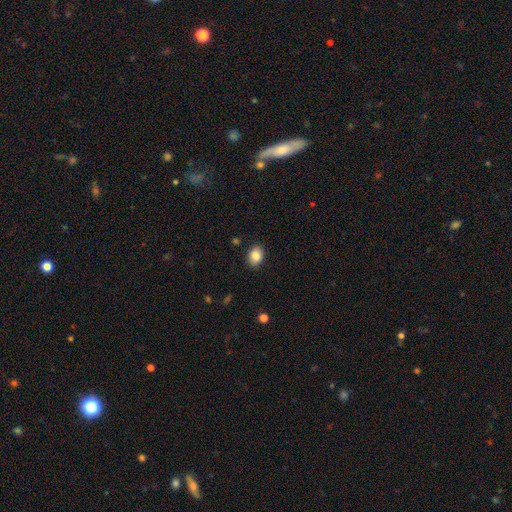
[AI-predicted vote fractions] Smooth or featured?
  - smooth: 85% *
  - star or artifact: 8%
  - featured or disk: 7%
How rounded?
  - in between: 73% *
  - round: 26%
  - cigar-shaped: 1%
Merging?
  - none: 87% *
  - minor disturbance: 9%
  - major disturbance: 2%
  - merger: 1%